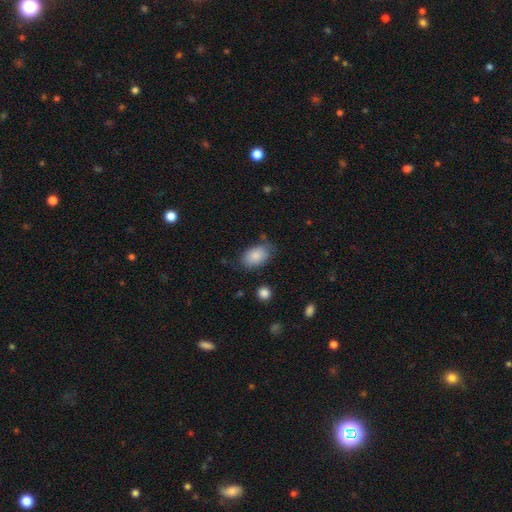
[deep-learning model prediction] Smooth or featured: smooth — 86% (featured or disk — 7%)
How rounded: in between — 90% (round — 8%)
Merging: none — 72% (minor disturbance — 20%)